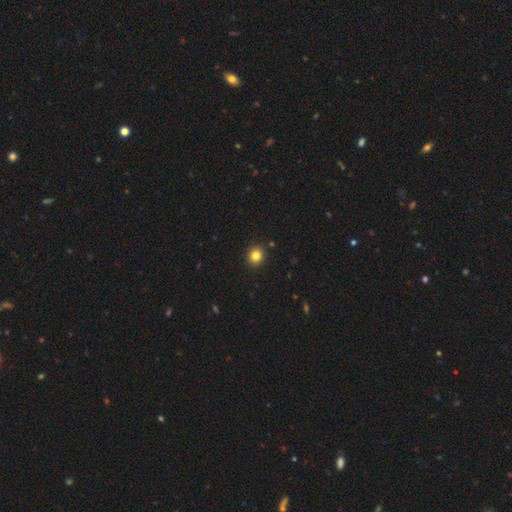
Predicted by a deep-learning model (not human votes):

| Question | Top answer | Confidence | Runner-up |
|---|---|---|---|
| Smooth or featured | smooth | 82% | star or artifact (12%) |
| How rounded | round | 89% | in between (10%) |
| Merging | none | 92% | minor disturbance (5%) |